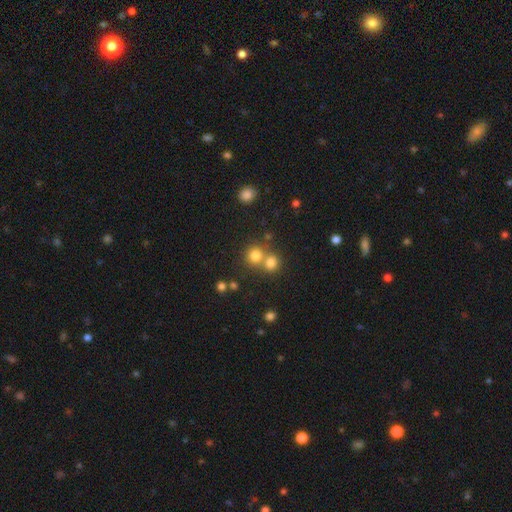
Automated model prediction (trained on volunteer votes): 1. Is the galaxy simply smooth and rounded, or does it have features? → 78% smooth, 15% star or artifact, 7% featured or disk.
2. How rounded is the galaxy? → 90% round, 10% in between, 1% cigar-shaped.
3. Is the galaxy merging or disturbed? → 53% none, 38% merger, 6% minor disturbance, 3% major disturbance.